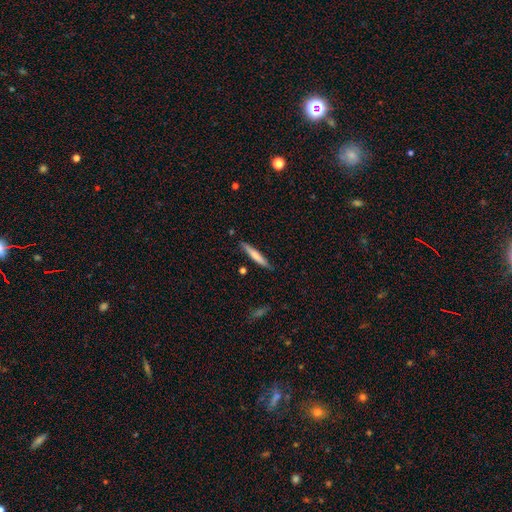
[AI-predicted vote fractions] Smooth or featured? smooth (68%)
How rounded? cigar-shaped (93%)
Merging? none (85%)